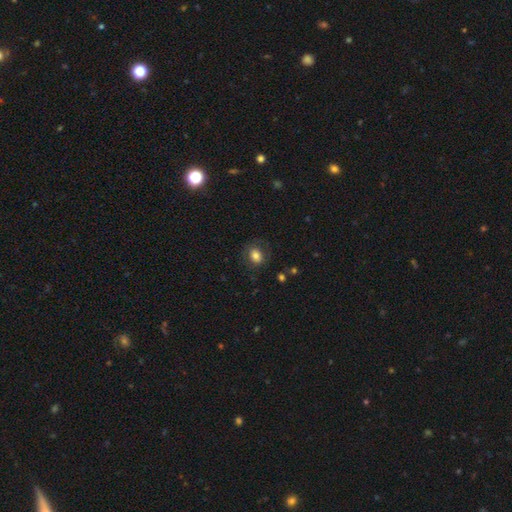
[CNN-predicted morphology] smooth-or-featured: smooth: 77% | featured or disk: 13% | star or artifact: 10%
  how-rounded: in between: 52% | round: 47% | cigar-shaped: 1%
  merging: none: 77% | minor disturbance: 14% | major disturbance: 7% | merger: 1%